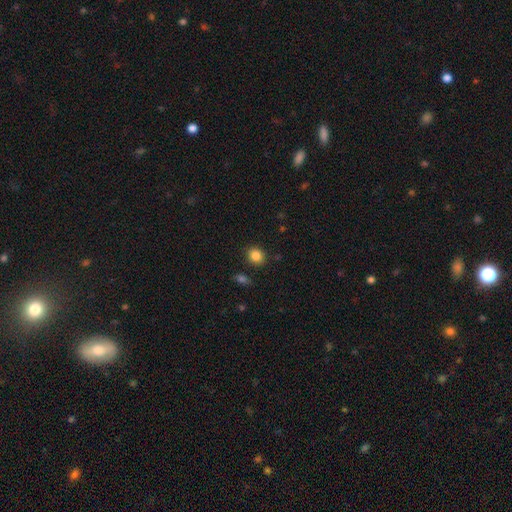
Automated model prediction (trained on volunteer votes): Smooth or featured?
  - smooth: 85% *
  - star or artifact: 10%
  - featured or disk: 5%
How rounded?
  - round: 77% *
  - in between: 22%
  - cigar-shaped: 1%
Merging?
  - none: 86% *
  - minor disturbance: 9%
  - merger: 3%
  - major disturbance: 3%